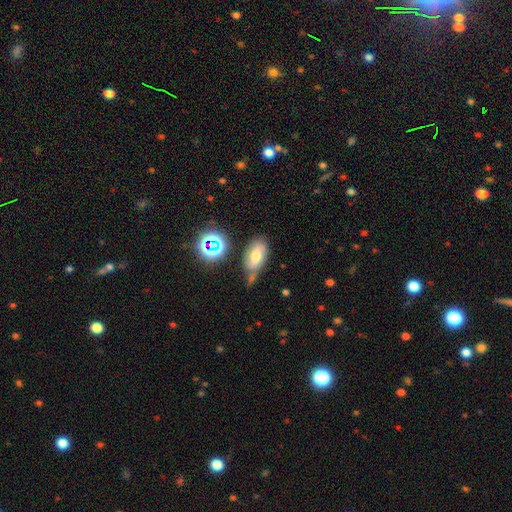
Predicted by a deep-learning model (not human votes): Smooth or featured?
  - smooth: 46% *
  - featured or disk: 37%
  - star or artifact: 17%
Merging?
  - none: 54% *
  - minor disturbance: 27%
  - merger: 11%
  - major disturbance: 9%